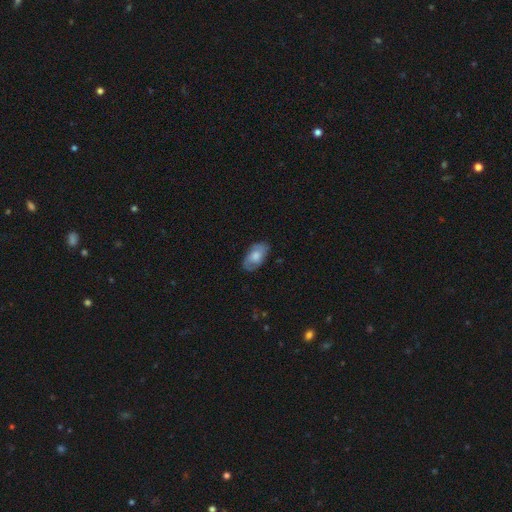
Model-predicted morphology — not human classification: smooth-or-featured: smooth: 56% | featured or disk: 37% | star or artifact: 7%
  how-rounded: in between: 93% | round: 4% | cigar-shaped: 3%
  merging: none: 76% | minor disturbance: 19% | major disturbance: 4% | merger: 1%